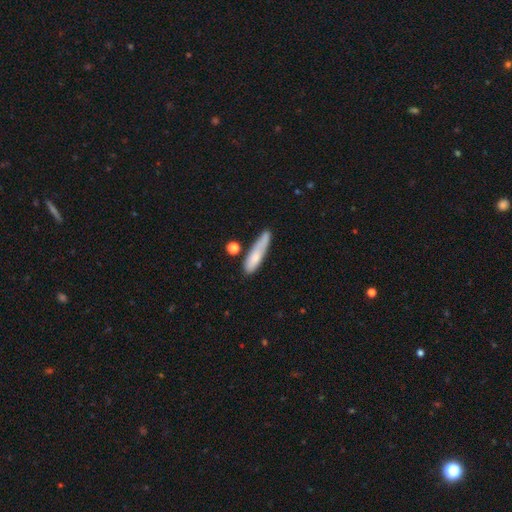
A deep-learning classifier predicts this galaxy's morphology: type=smooth (72%); roundness=cigar-shaped (80%); merging=none (56%).